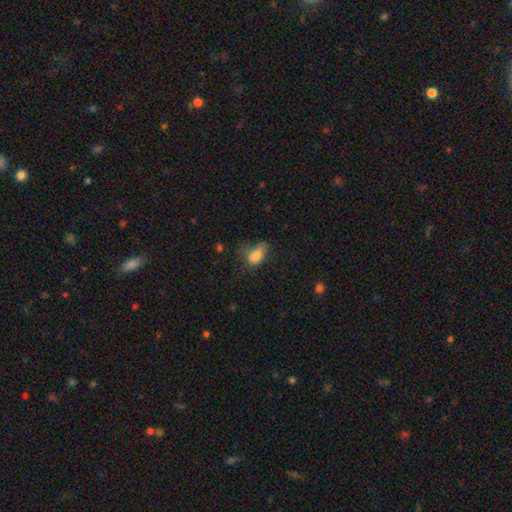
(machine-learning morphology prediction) A smooth galaxy with no disk features (80%) that is in between round and cigar-shaped (84%). Merging: minor disturbance (35%).